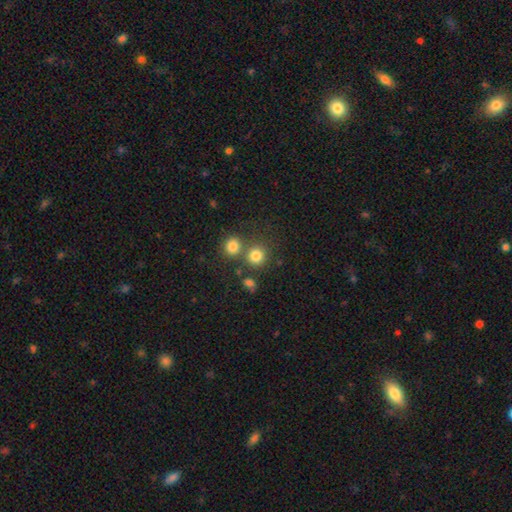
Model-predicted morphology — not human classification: type=smooth (81%); roundness=round (88%); merging=none (64%).